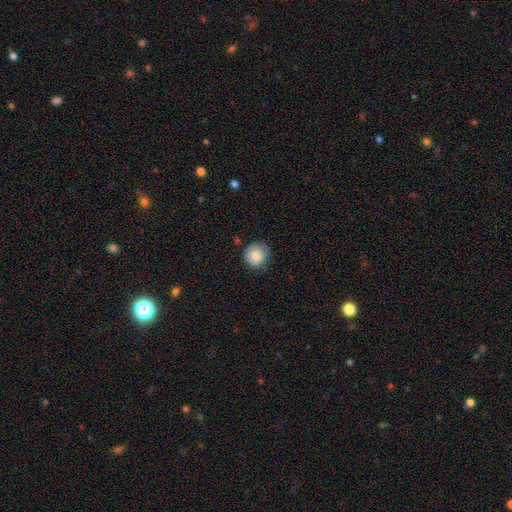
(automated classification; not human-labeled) This is clearly a smooth galaxy (82%). How rounded: clearly round (91%). Merging: likely none (74%).